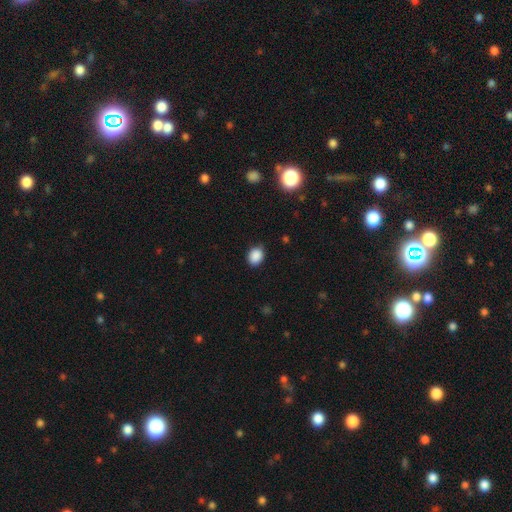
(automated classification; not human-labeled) Smooth or featured? Predicted: smooth (p=0.88). How rounded? Predicted: in between (p=0.52). Merging? Predicted: none (p=0.85).